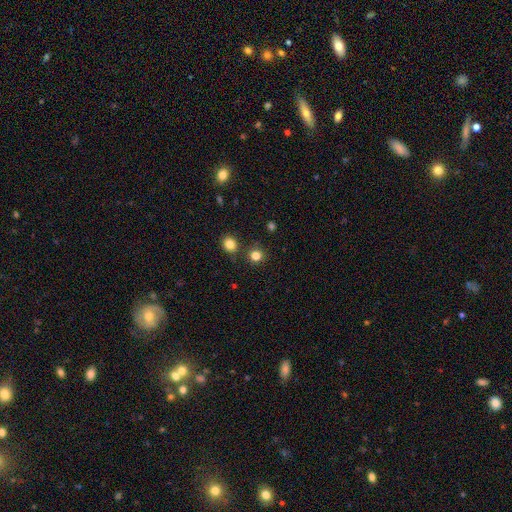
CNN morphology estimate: Overall: smooth (82%). How rounded: round (90%). Merging: none (83%).